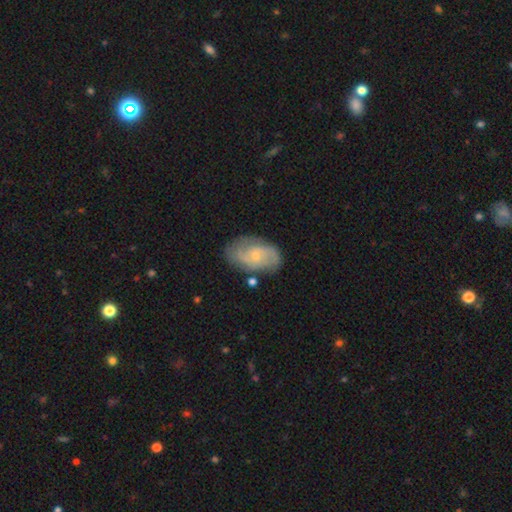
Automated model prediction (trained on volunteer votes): This is likely a featured or disk galaxy (71%). It is clearly not viewed edge-on (97%). Bar: likely no (68%). Spiral arm pattern: clearly yes (90%). Spiral arm count: possibly 2 (58%). Spiral winding: marginally medium (44%). Central bulge: likely small (73%). Merging: likely none (73%).